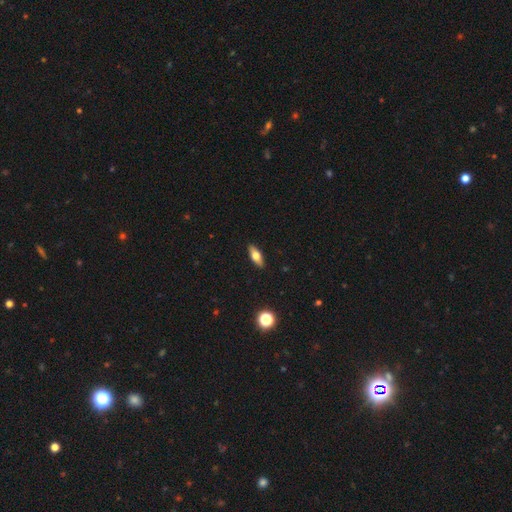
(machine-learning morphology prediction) Smooth or featured: smooth — 64% (featured or disk — 29%)
How rounded: in between — 71% (cigar-shaped — 25%)
Merging: none — 90% (minor disturbance — 7%)